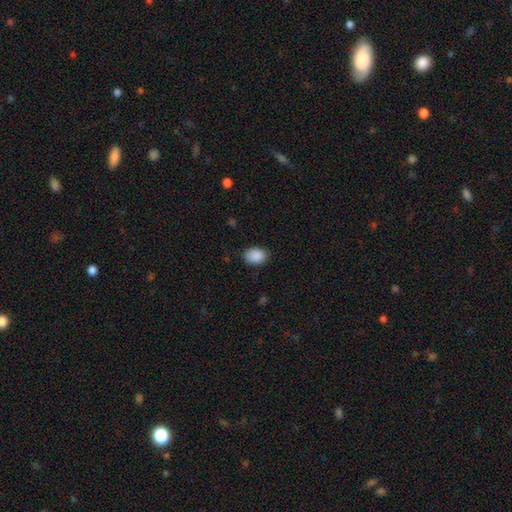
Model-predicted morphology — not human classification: Smooth or featured? smooth (89%)
How rounded? in between (73%)
Merging? none (83%)